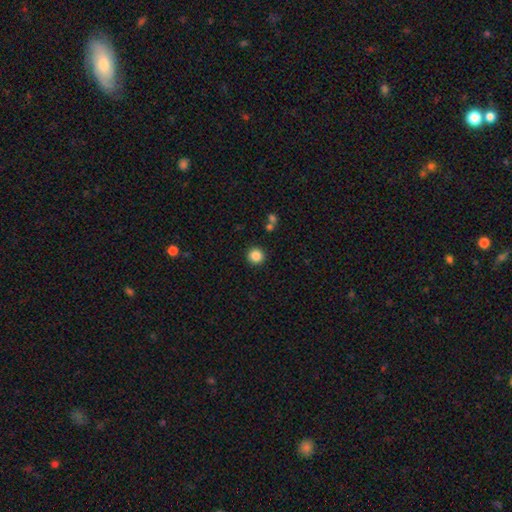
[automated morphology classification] Smooth or featured? Predicted: smooth (p=0.85). How rounded? Predicted: round (p=0.96). Merging? Predicted: none (p=0.91).